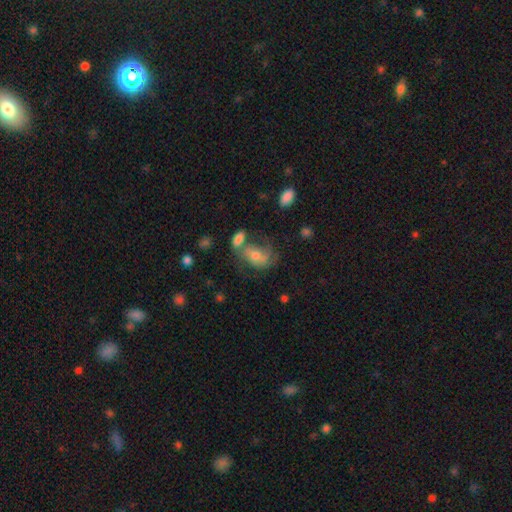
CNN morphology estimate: A featured or disk galaxy (46%).

Vote fractions:
- Smooth or featured? featured or disk: 46% / smooth: 43% / star or artifact: 10%
- Merging? none: 34% / merger: 26% / minor disturbance: 20% / major disturbance: 20%